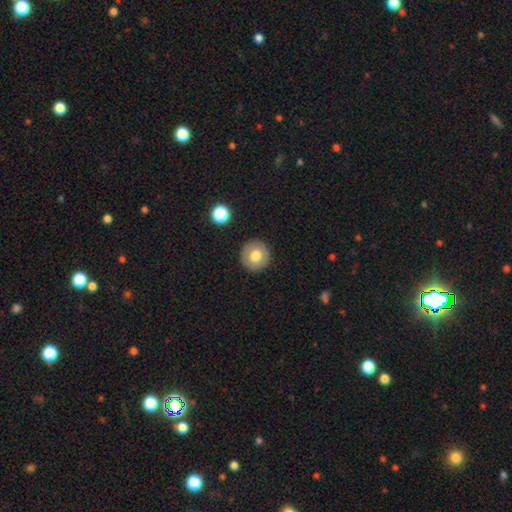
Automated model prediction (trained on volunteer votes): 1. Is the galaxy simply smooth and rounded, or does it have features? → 70% smooth, 22% featured or disk, 8% star or artifact.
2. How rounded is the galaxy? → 93% round, 6% in between, 1% cigar-shaped.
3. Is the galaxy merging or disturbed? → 90% none, 7% minor disturbance, 2% major disturbance, 1% merger.